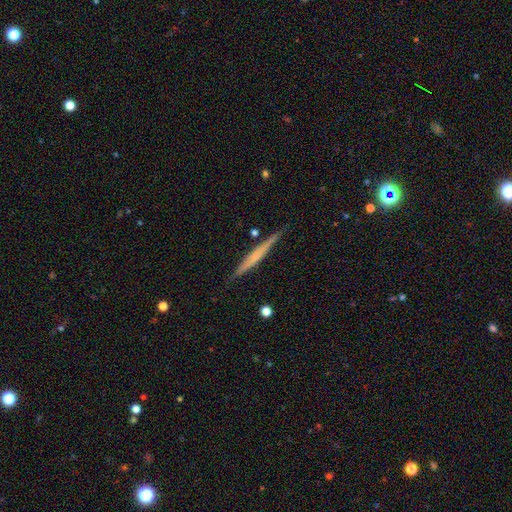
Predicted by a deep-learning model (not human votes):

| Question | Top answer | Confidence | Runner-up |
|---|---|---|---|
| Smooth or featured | featured or disk | 59% | smooth (35%) |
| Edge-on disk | yes | 97% | no (3%) |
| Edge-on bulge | none | 58% | rounded (31%) |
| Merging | none | 87% | minor disturbance (9%) |